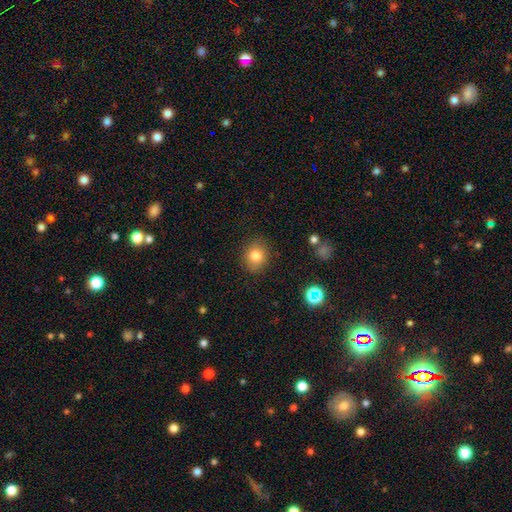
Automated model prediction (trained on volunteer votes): Overall: smooth (80%). How rounded: round (71%). Merging: none (87%).